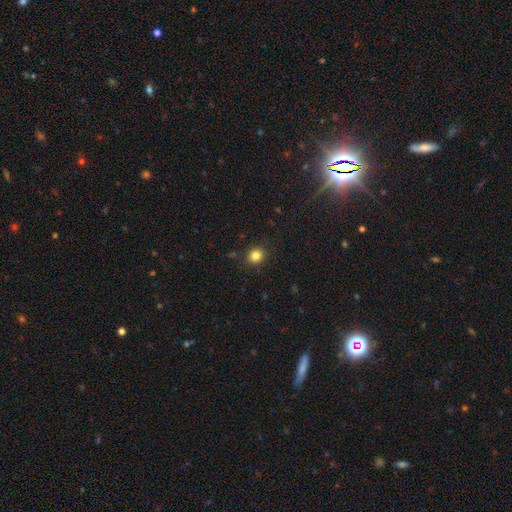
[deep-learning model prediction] Smooth or featured: smooth — 83% (star or artifact — 12%)
How rounded: round — 82% (in between — 17%)
Merging: none — 89% (minor disturbance — 7%)